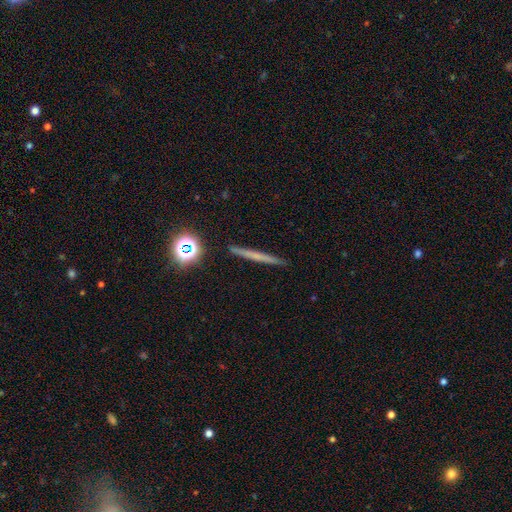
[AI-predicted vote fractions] Q: Smooth or featured?
A: smooth (44%); runner-up: featured or disk (43%)
Q: Merging?
A: none (91%); runner-up: minor disturbance (6%)